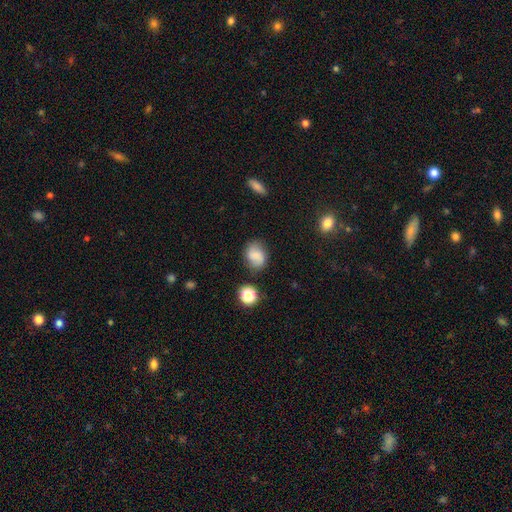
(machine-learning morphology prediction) This is likely a smooth galaxy (66%). How rounded: possibly round (49%, tied with in between). Merging: likely none (73%).